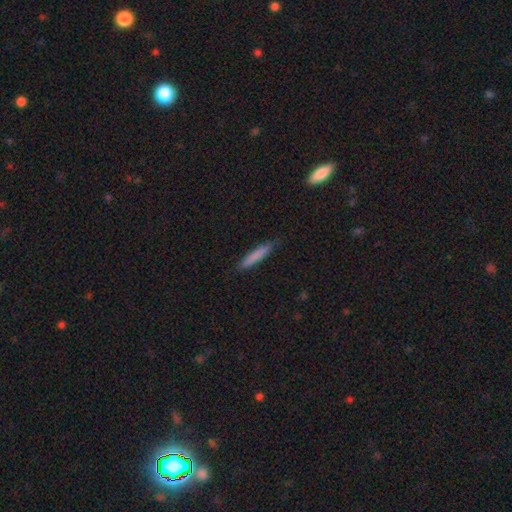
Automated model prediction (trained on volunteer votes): A smooth galaxy with no disk features (80%) that is cigar-shaped (92%).

Vote fractions:
- Smooth or featured? smooth: 80% / featured or disk: 13% / star or artifact: 6%
- How rounded? cigar-shaped: 92% / in between: 7% / round: 1%
- Merging? none: 85% / minor disturbance: 12% / major disturbance: 2% / merger: 1%